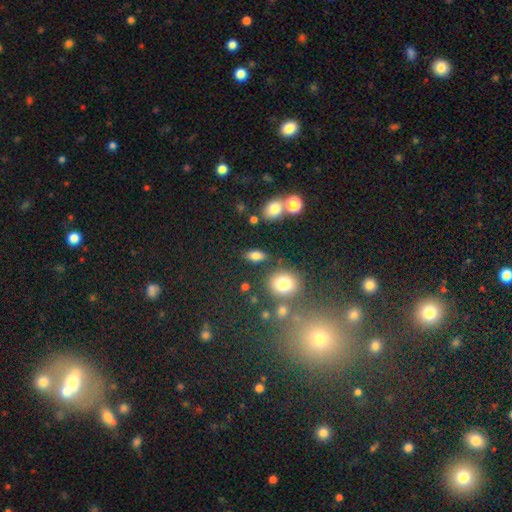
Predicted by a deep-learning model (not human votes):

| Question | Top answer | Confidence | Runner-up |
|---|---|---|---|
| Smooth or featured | smooth | 79% | star or artifact (12%) |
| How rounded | in between | 81% | round (12%) |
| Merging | none | 78% | minor disturbance (11%) |